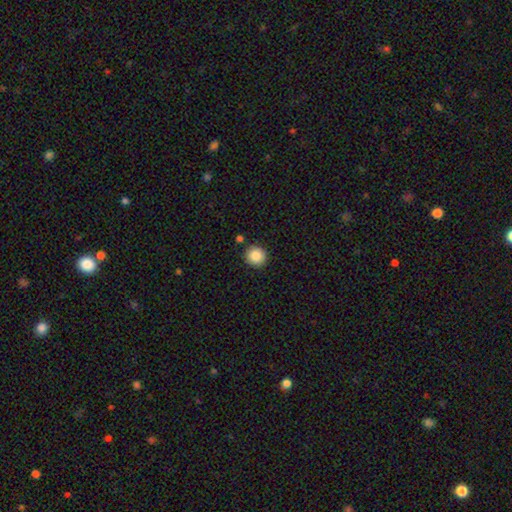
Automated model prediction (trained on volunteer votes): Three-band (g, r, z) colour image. It shows a smooth galaxy with no disk features (87%) that is round (93%). Merging: none (89%).